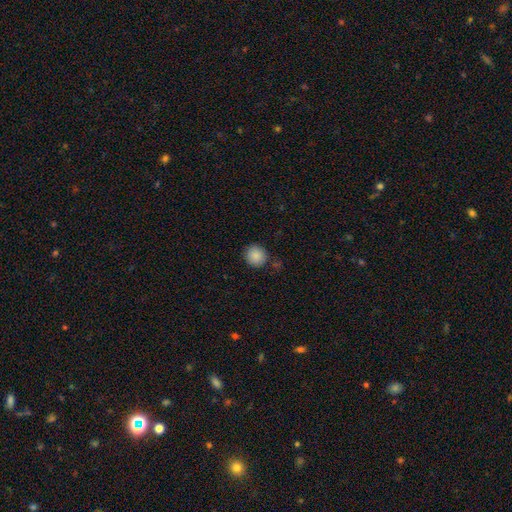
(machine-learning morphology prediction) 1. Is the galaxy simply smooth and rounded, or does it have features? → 88% smooth, 9% star or artifact, 3% featured or disk.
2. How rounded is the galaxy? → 89% round, 10% in between, 1% cigar-shaped.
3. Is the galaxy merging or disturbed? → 85% none, 9% minor disturbance, 4% merger, 2% major disturbance.